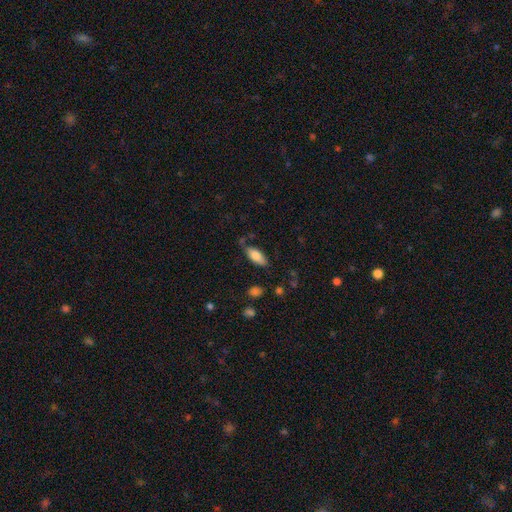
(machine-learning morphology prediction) Overall: smooth (80%). How rounded: in between (86%). Merging: none (75%).